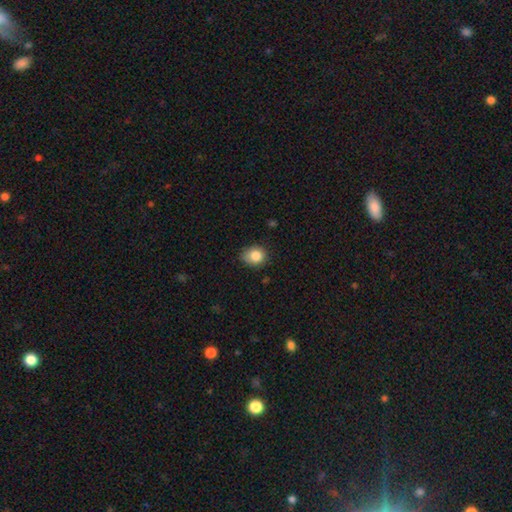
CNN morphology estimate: Overall: smooth (84%). How rounded: round (63%; in between 37%). Merging: none (73%).